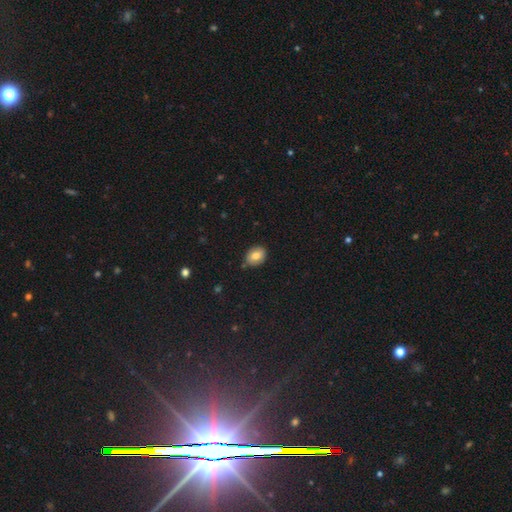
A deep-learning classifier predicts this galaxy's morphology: The model was most divided on "how rounded": in between: 65%, round: 34%, cigar-shaped: 1%. More confident: merging — none (81%); smooth or featured — smooth (80%).